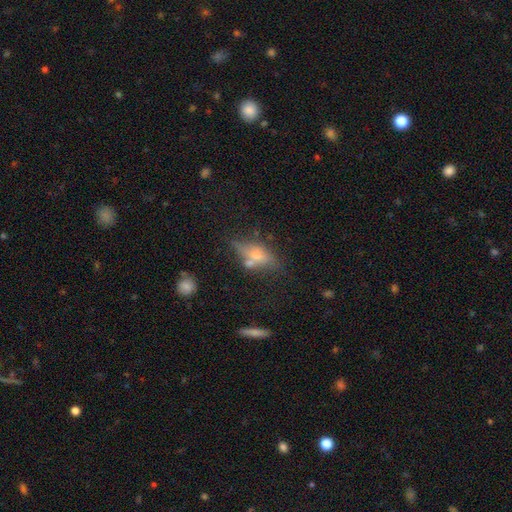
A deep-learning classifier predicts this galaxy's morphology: smooth_or_featured: smooth (p=0.46) [alt: featured or disk p=0.42]
merging: none (p=0.58) [alt: minor disturbance p=0.18]